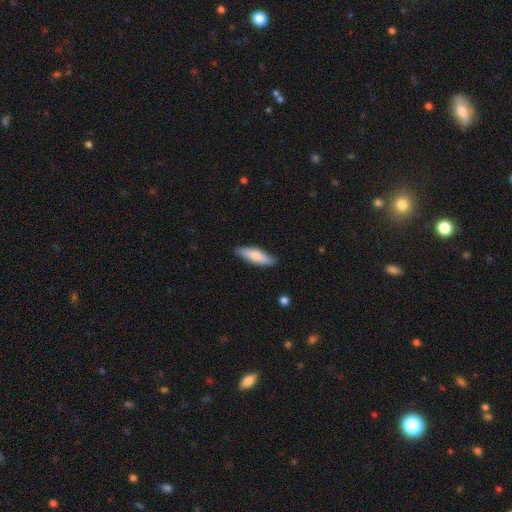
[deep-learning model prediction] This appears to be a smooth galaxy with no disk features (78%) that is cigar-shaped (55%). Merging: none (86%).